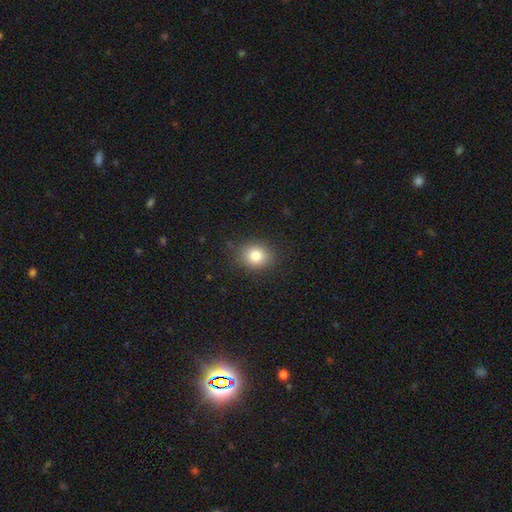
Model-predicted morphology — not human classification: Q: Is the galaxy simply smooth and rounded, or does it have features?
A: smooth — 82%.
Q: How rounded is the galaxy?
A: round — 62%.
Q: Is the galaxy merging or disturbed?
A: none — 87%.